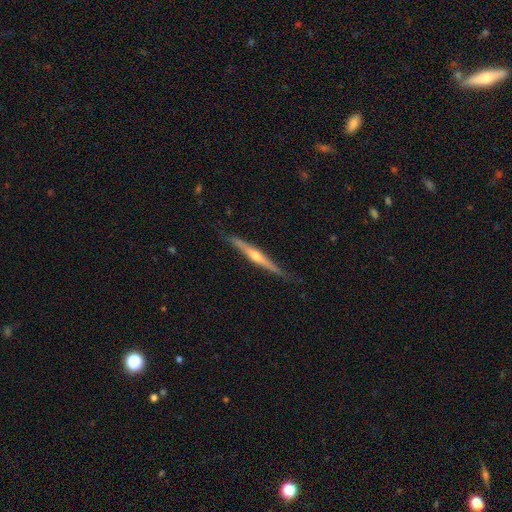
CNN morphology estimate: Smooth or featured?
  - featured or disk: 75% *
  - smooth: 19%
  - star or artifact: 5%
Edge-on disk?
  - yes: 98% *
  - no: 2%
Edge-on bulge?
  - rounded: 83% *
  - none: 13%
  - boxy: 4%
Merging?
  - none: 83% *
  - minor disturbance: 14%
  - major disturbance: 2%
  - merger: 1%